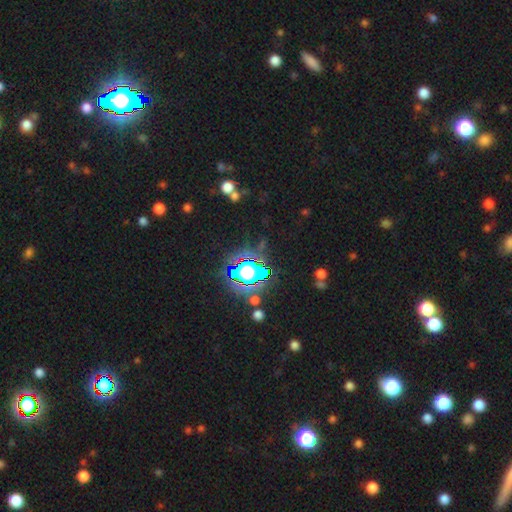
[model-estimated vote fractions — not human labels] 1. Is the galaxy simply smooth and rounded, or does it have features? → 83% star or artifact, 10% smooth, 7% featured or disk.